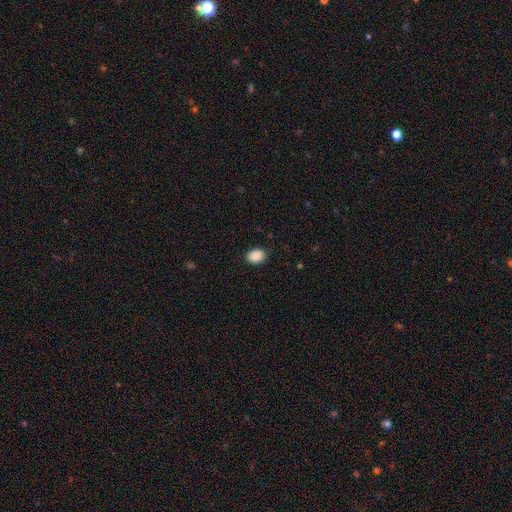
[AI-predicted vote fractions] smooth 89%, star or artifact 8%, featured or disk 3%. Down the decision tree: how rounded — in between (59%); merging — none (87%).